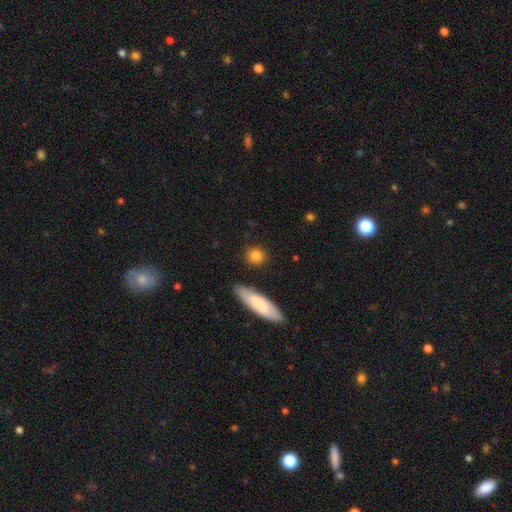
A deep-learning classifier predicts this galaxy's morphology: This appears to be a smooth galaxy with no disk features (84%) that is round (77%). Merging: none (87%).